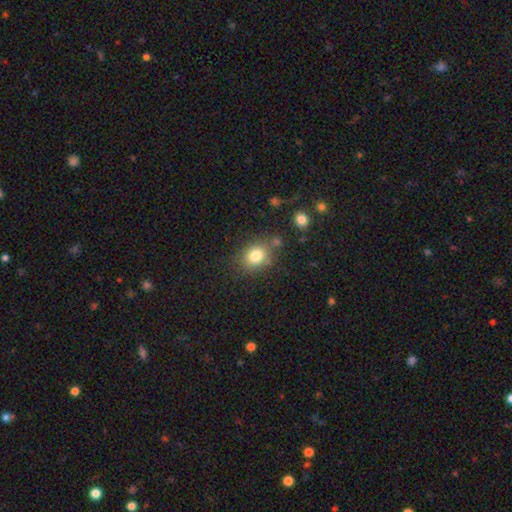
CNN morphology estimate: A smooth galaxy with no disk features (80%) that is in between round and cigar-shaped (55%). Merging: none (73%).